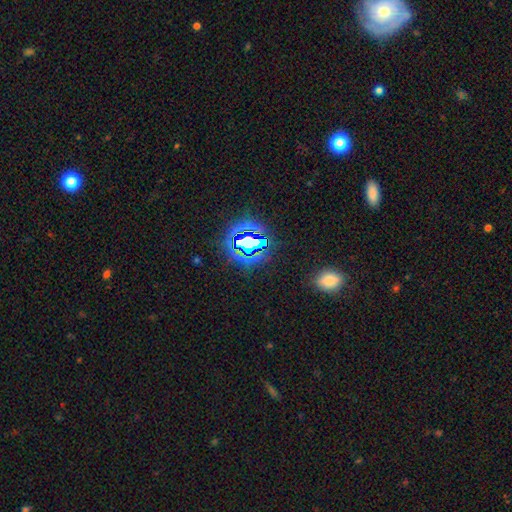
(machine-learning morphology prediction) The model was most divided on "smooth or featured": star or artifact: 70%, smooth: 21%, featured or disk: 9%.